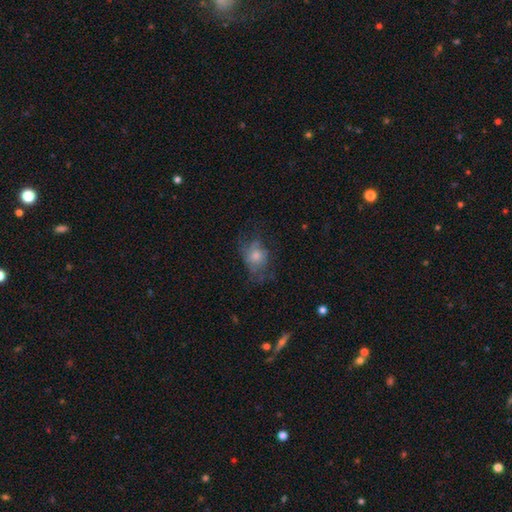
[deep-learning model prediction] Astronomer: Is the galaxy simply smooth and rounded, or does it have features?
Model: smooth — 55% (runner-up: featured or disk, 34%).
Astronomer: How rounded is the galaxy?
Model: in between — 58% (runner-up: round, 41%).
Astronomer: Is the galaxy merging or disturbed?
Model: none — 46% (runner-up: major disturbance, 27%).